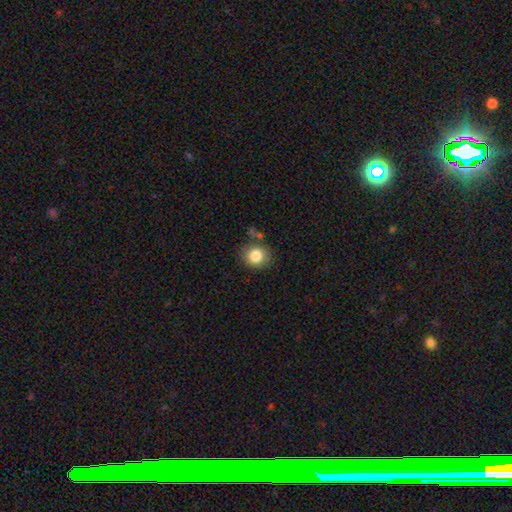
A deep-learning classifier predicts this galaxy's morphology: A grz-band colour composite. It shows a smooth galaxy with no disk features (83%) that is round (78%). Merging: none (76%).